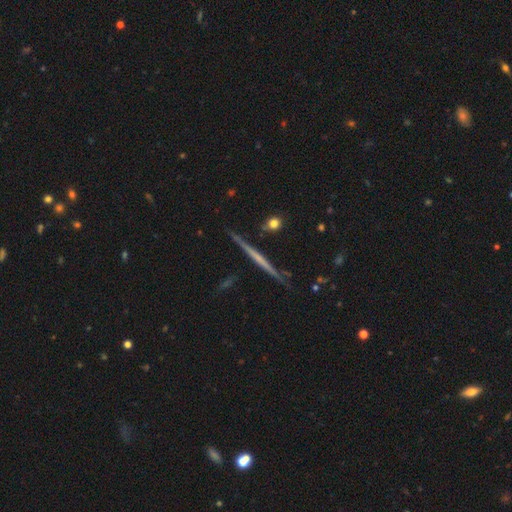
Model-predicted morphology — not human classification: smooth_or_featured: featured or disk (p=0.69) [alt: smooth p=0.25]
disk_edge_on: yes (p=0.98) [alt: no p=0.02]
edge_on_bulge: none (p=0.79) [alt: rounded p=0.15]
merging: none (p=0.88) [alt: minor disturbance p=0.08]